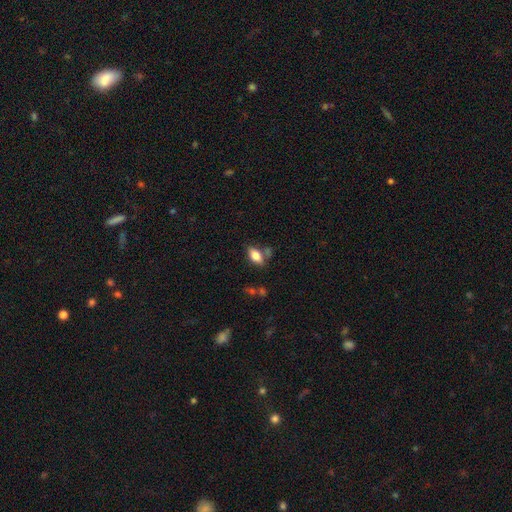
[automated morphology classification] This is likely a smooth galaxy (77%). How rounded: clearly in between (87%). Merging: likely none (66%).